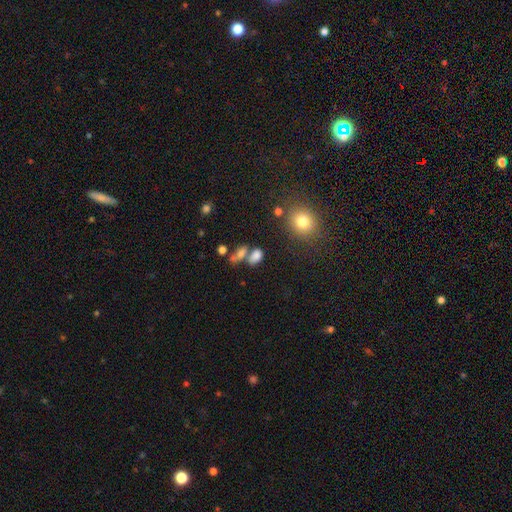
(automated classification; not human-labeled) The model was most divided on "merging": none: 40%, merger: 39%, minor disturbance: 13%, major disturbance: 8%. More confident: how rounded — in between (79%); smooth or featured — smooth (75%).